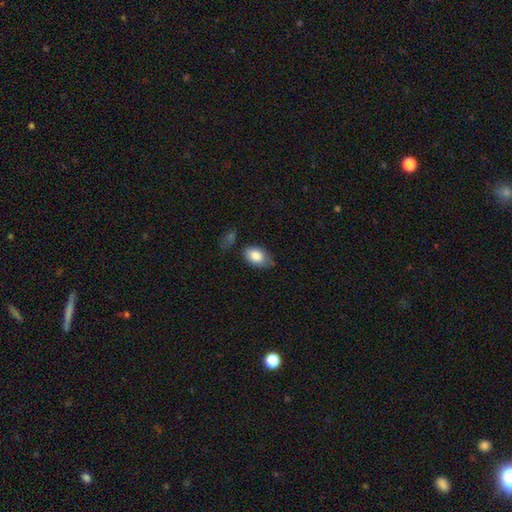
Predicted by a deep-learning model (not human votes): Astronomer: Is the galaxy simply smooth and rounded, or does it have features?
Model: smooth — 83%.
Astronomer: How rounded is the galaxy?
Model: in between — 87%.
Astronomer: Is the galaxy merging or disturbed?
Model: none — 59%.